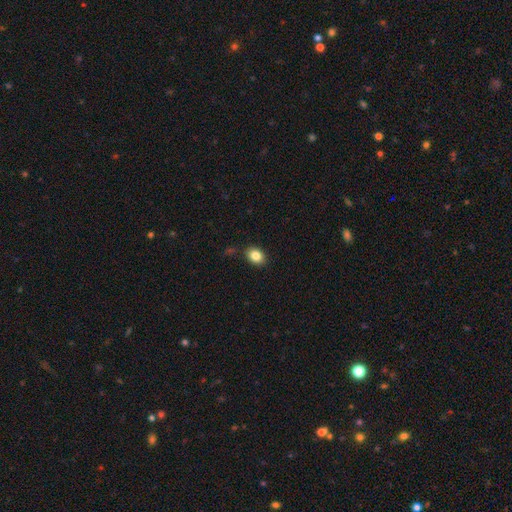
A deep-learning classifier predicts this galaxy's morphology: Overall: smooth (84%). How rounded: in between (65%; round 34%). Merging: none (86%).